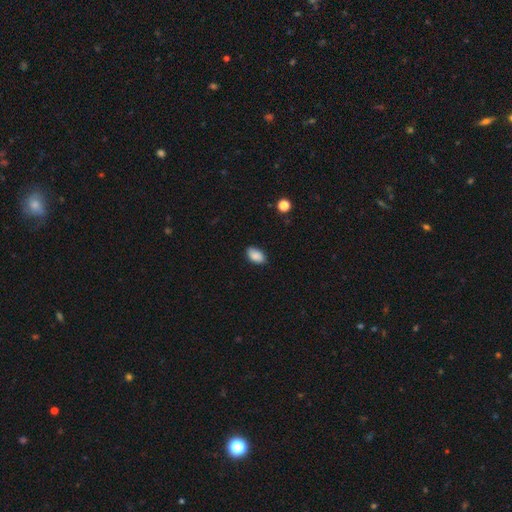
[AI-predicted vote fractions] This is clearly a smooth galaxy (87%). How rounded: clearly in between (92%). Merging: clearly none (81%).